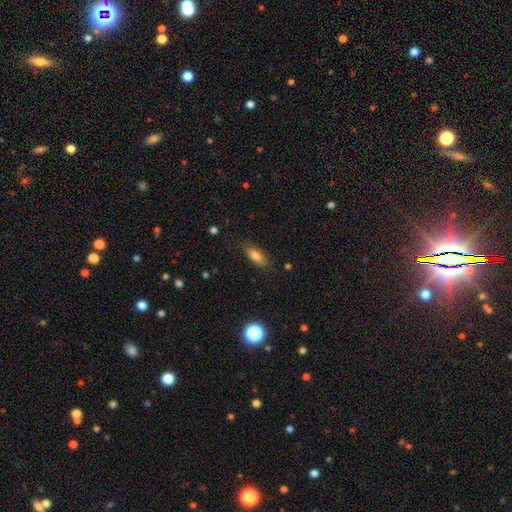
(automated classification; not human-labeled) This appears to be a smooth galaxy with no disk features (76%) that is in between round and cigar-shaped (73%). Merging: none (82%).